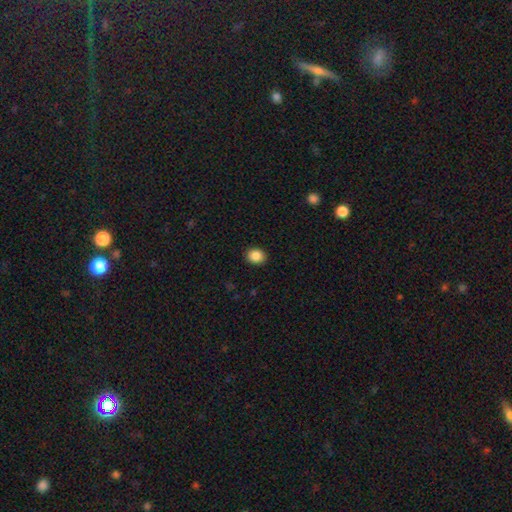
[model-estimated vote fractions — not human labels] Overall: smooth (88%). How rounded: round (57%; in between 42%). Merging: none (91%).